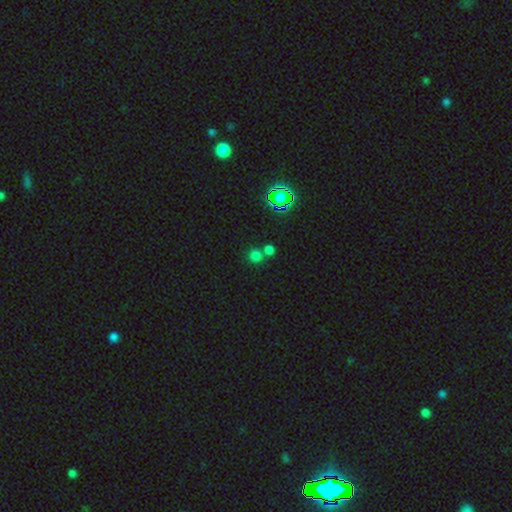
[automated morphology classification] smooth 67%, star or artifact 27%, featured or disk 6%. Down the decision tree: how rounded — round (89%); merging — none (55%).